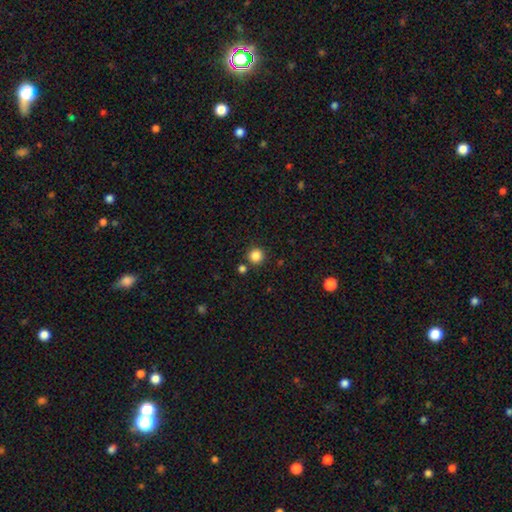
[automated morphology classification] smooth-or-featured: smooth: 85% | star or artifact: 11% | featured or disk: 3%
  how-rounded: round: 95% | in between: 4% | cigar-shaped: 1%
  merging: none: 86% | minor disturbance: 6% | merger: 6% | major disturbance: 2%